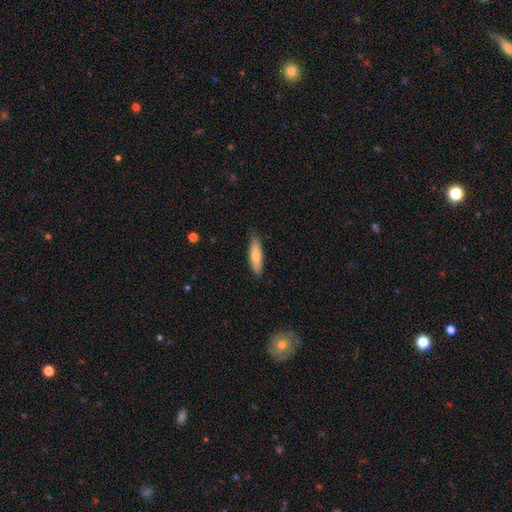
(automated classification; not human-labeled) Q: Smooth or featured?
A: smooth (72%); runner-up: featured or disk (22%)
Q: How rounded?
A: cigar-shaped (54%); runner-up: in between (44%)
Q: Merging?
A: none (80%); runner-up: minor disturbance (17%)